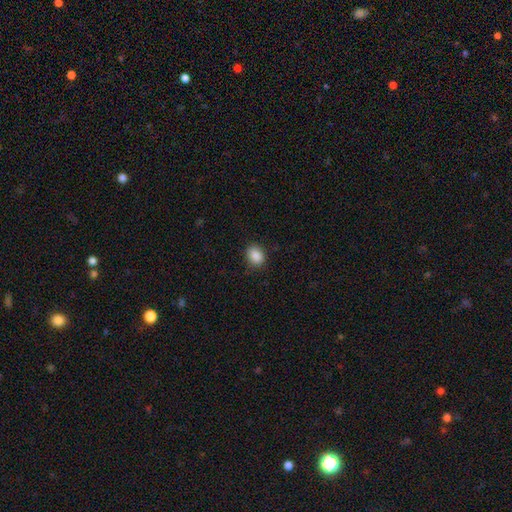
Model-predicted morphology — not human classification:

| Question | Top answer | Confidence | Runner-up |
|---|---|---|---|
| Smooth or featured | smooth | 88% | star or artifact (9%) |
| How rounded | in between | 60% | round (39%) |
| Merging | none | 86% | minor disturbance (11%) |